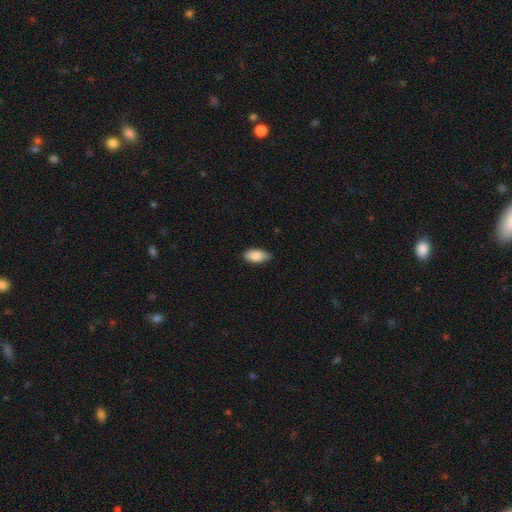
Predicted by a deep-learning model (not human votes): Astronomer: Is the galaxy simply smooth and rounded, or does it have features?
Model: smooth — 87%.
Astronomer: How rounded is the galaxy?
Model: in between — 91%.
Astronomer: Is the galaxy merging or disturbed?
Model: none — 75%.